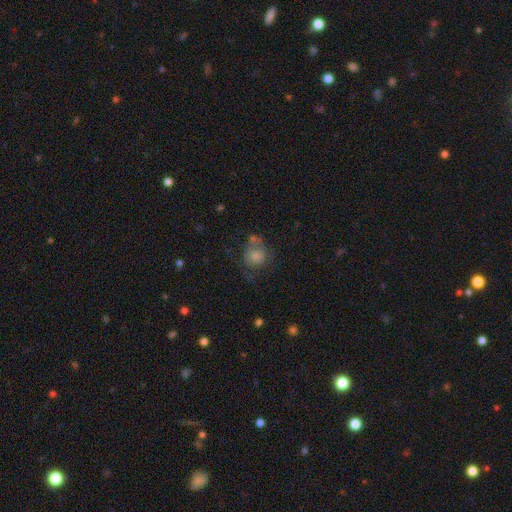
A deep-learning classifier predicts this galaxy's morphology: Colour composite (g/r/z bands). It shows a smooth galaxy with no disk features (72%) that is round (80%). Merging: none (45%).